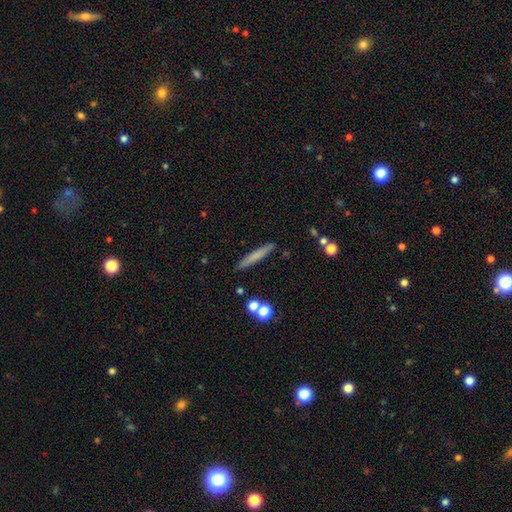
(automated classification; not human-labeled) smooth 70%, featured or disk 23%, star or artifact 7%. Down the decision tree: how rounded — cigar-shaped (94%); merging — none (88%).